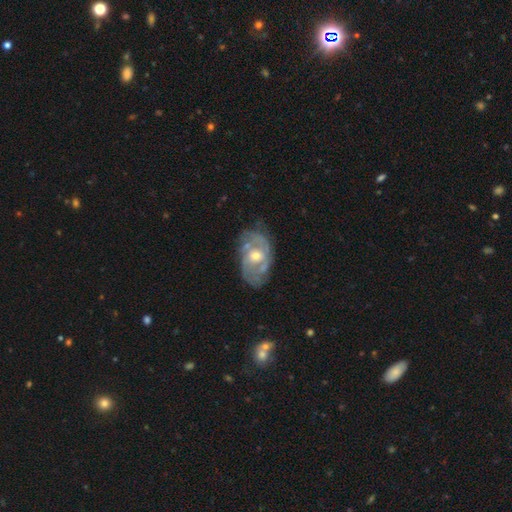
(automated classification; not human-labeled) Smooth or featured?
  - featured or disk: 79% *
  - smooth: 15%
  - star or artifact: 6%
Edge-on disk?
  - no: 96% *
  - yes: 4%
Bar?
  - no: 64% *
  - weak: 31%
  - strong: 5%
Spiral arms?
  - yes: 81% *
  - no: 19%
Spiral winding?
  - tight: 48% *
  - medium: 38%
  - loose: 14%
Spiral arm count?
  - can't tell: 38% *
  - 2: 36%
  - 3: 14%
  - 1: 4%
  - 4: 4%
  - more than 4: 3%
Bulge size?
  - moderate: 69% *
  - small: 25%
  - large: 4%
  - none: 1%
  - dominant: 1%
Merging?
  - none: 64% *
  - minor disturbance: 24%
  - major disturbance: 10%
  - merger: 3%